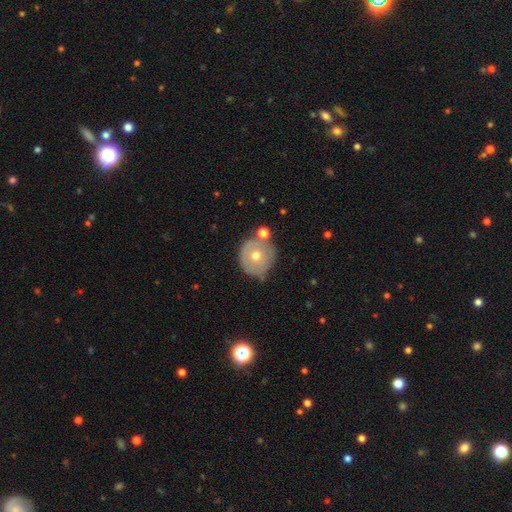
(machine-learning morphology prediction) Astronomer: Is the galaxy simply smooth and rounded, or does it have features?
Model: smooth — 50% (runner-up: featured or disk, 41%).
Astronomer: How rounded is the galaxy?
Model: round — 85%.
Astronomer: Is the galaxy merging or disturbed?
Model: none — 66%.